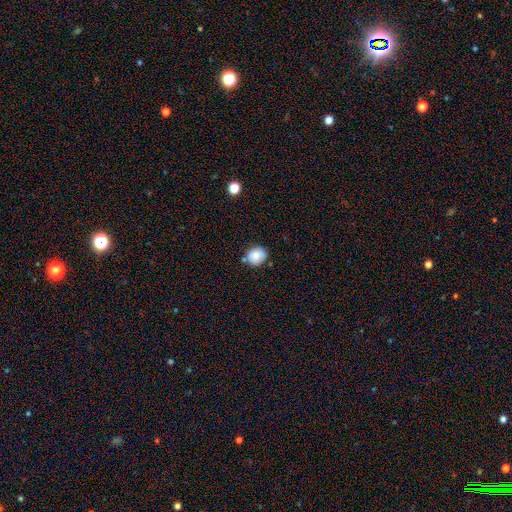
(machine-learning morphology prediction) smooth-or-featured: smooth: 83% | featured or disk: 9% | star or artifact: 9%
  how-rounded: round: 71% | in between: 28% | cigar-shaped: 1%
  merging: none: 75% | minor disturbance: 16% | merger: 6% | major disturbance: 3%